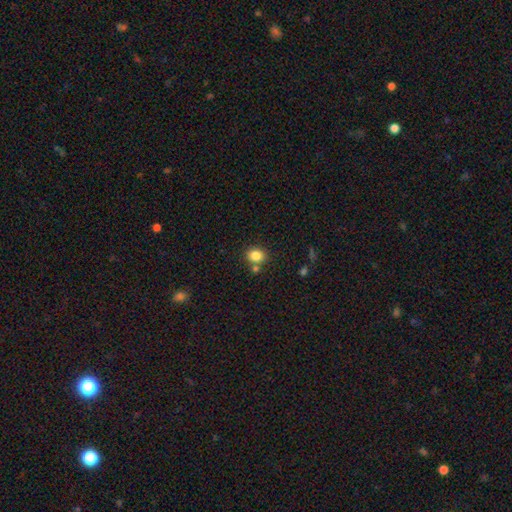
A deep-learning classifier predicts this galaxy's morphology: A smooth galaxy with no disk features (84%) that is round (64%).

Vote fractions:
- Smooth or featured? smooth: 84% / star or artifact: 10% / featured or disk: 6%
- How rounded? round: 64% / in between: 35% / cigar-shaped: 1%
- Merging? none: 72% / merger: 16% / minor disturbance: 10% / major disturbance: 3%